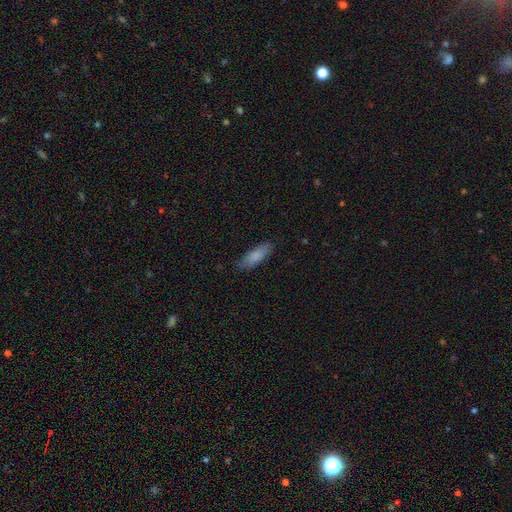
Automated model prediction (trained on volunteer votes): smooth-or-featured: smooth: 83% | featured or disk: 11% | star or artifact: 6%
  how-rounded: in between: 58% | cigar-shaped: 40% | round: 2%
  merging: none: 80% | minor disturbance: 16% | major disturbance: 3% | merger: 1%